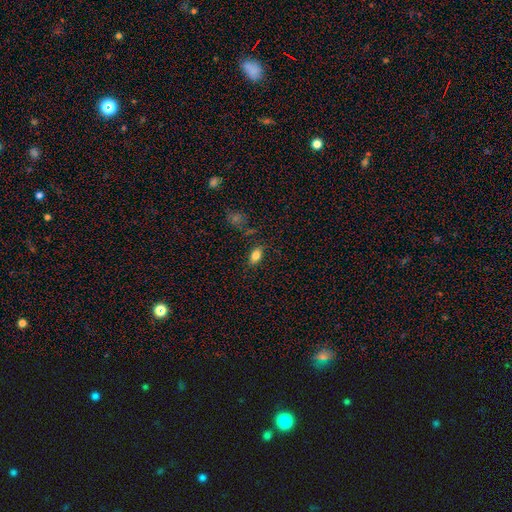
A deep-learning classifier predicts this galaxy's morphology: Q: Smooth or featured?
A: smooth (81%); runner-up: star or artifact (10%)
Q: How rounded?
A: in between (87%); runner-up: round (9%)
Q: Merging?
A: none (81%); runner-up: minor disturbance (13%)